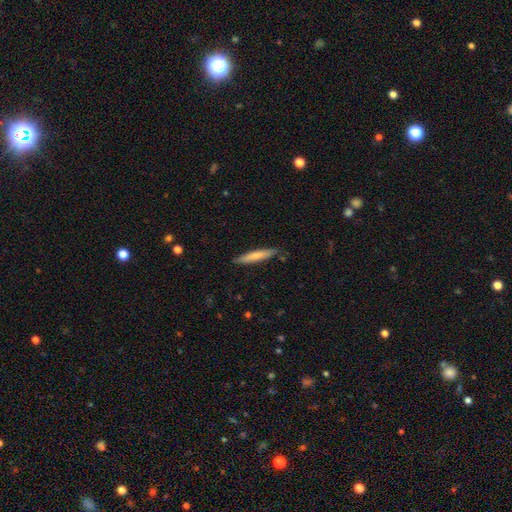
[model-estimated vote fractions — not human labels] smooth-or-featured: smooth: 71% | featured or disk: 24% | star or artifact: 5%
  how-rounded: cigar-shaped: 91% | in between: 8% | round: 1%
  merging: none: 86% | minor disturbance: 11% | major disturbance: 2% | merger: 2%